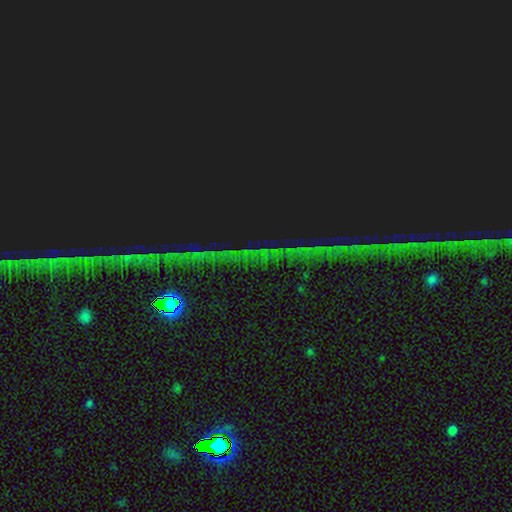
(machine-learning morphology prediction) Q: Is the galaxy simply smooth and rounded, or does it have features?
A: star or artifact — 86%.